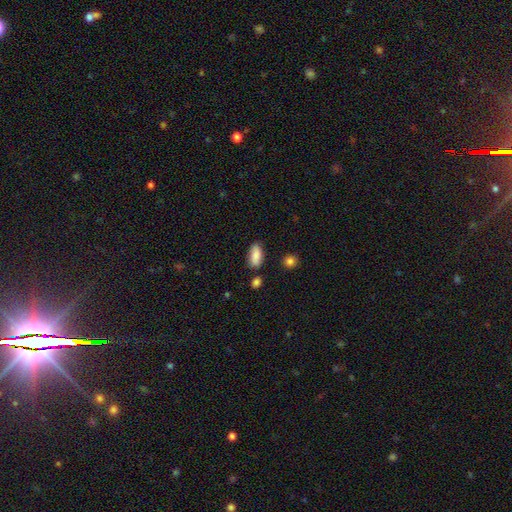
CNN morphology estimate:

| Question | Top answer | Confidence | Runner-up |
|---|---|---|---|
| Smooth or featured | smooth | 86% | star or artifact (7%) |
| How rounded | in between | 86% | cigar-shaped (11%) |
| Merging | none | 77% | minor disturbance (16%) |